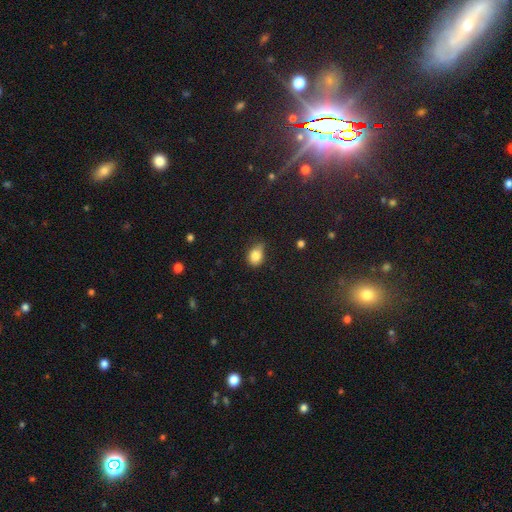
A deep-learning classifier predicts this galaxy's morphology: smooth_or_featured: smooth (p=0.83) [alt: star or artifact p=0.10]
how_rounded: in between (p=0.64) [alt: round p=0.35]
merging: none (p=0.51) [alt: minor disturbance p=0.39]